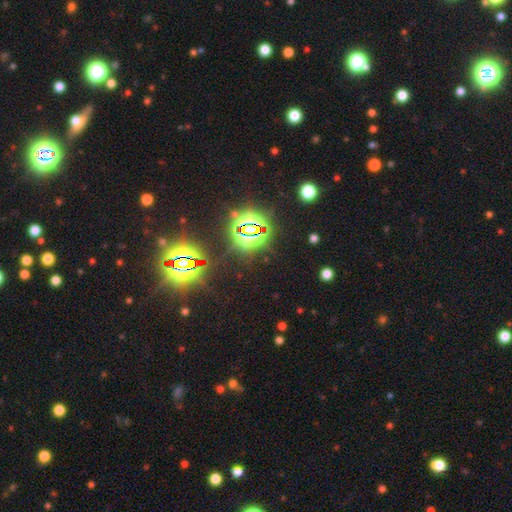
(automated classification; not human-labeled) This is clearly a star or artifact rather than a galaxy (83%).